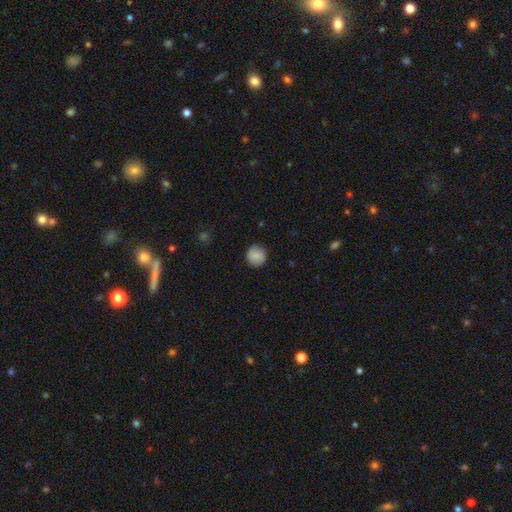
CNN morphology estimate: smooth 87%, star or artifact 8%, featured or disk 5%. Down the decision tree: how rounded — round (93%); merging — none (88%).